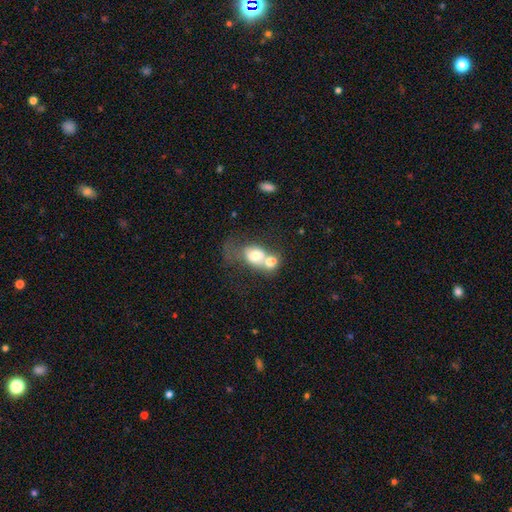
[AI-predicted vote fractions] smooth 64%, featured or disk 27%, star or artifact 9%. Down the decision tree: how rounded — in between (53%); merging — merger (67%).